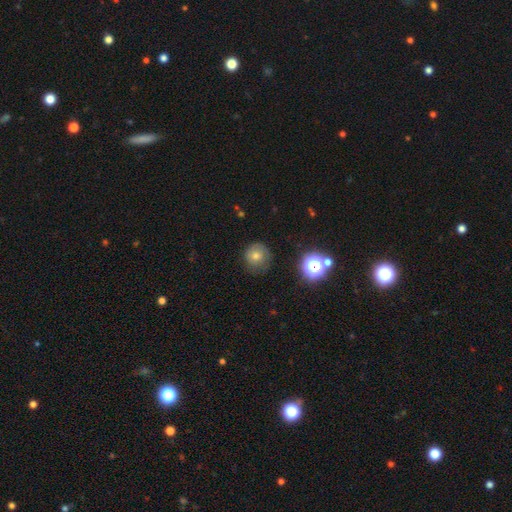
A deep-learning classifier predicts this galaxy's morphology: smooth-or-featured: smooth: 66% | featured or disk: 17% | star or artifact: 17%
  how-rounded: round: 92% | in between: 7% | cigar-shaped: 1%
  merging: none: 78% | minor disturbance: 15% | major disturbance: 5% | merger: 2%